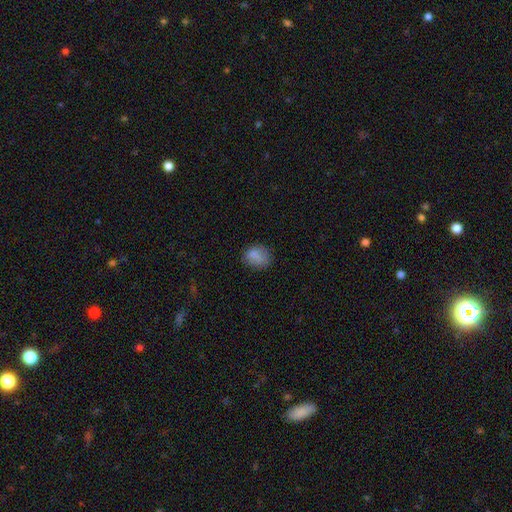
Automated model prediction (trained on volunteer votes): smooth 81%, star or artifact 10%, featured or disk 8%. Down the decision tree: how rounded — in between (55%); merging — none (69%).